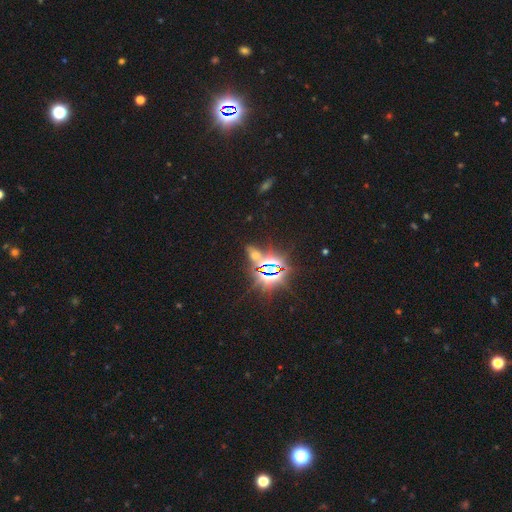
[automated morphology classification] Smooth or featured?
  - star or artifact: 73% *
  - smooth: 18%
  - featured or disk: 9%